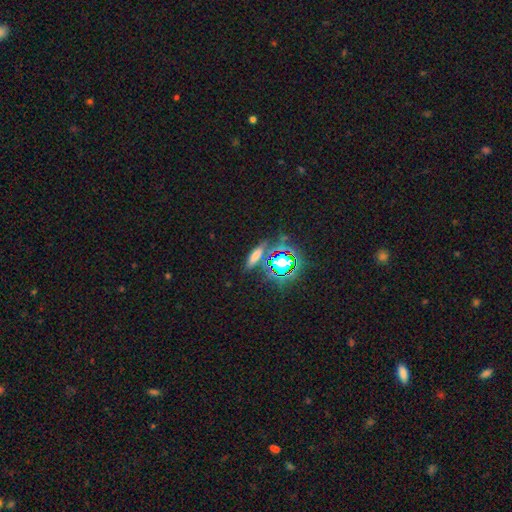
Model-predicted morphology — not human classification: smooth_or_featured: smooth (p=0.53) [alt: star or artifact p=0.32]
how_rounded: cigar-shaped (p=0.54) [alt: in between p=0.36]
merging: none (p=0.75) [alt: minor disturbance p=0.12]